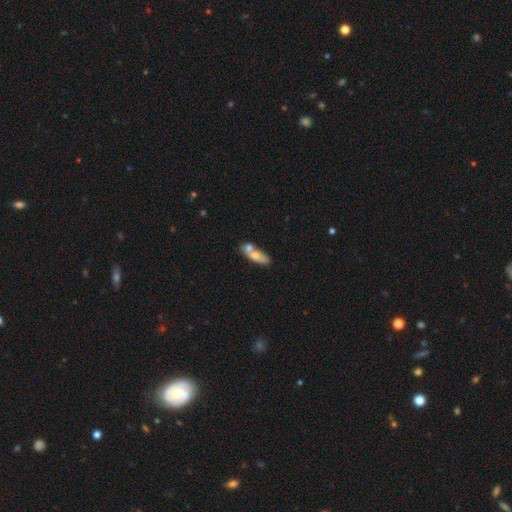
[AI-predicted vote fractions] smooth-or-featured: smooth: 66% | featured or disk: 26% | star or artifact: 7%
  how-rounded: in between: 55% | cigar-shaped: 40% | round: 5%
  merging: merger: 43% | none: 38% | minor disturbance: 13% | major disturbance: 6%